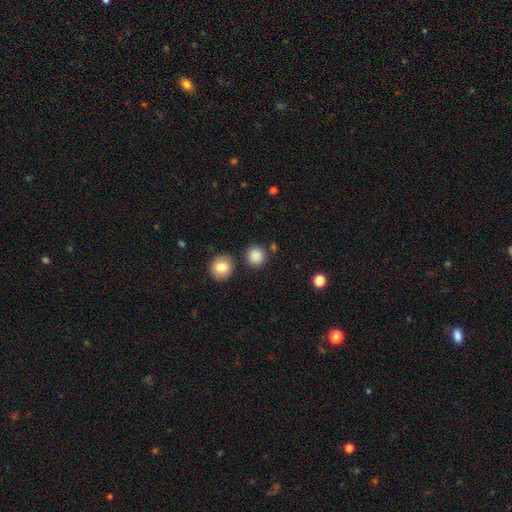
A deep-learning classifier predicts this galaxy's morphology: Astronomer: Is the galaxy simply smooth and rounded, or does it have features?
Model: smooth — 87%.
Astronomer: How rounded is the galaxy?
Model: round — 92%.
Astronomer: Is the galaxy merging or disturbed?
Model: none — 84%.